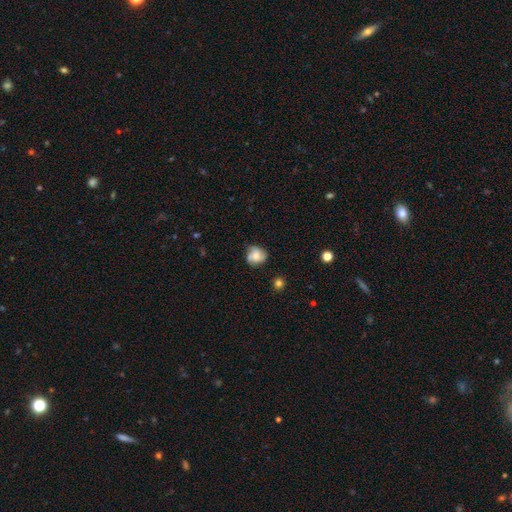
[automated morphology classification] This is possibly a smooth galaxy (49%). Merging: likely none (70%).